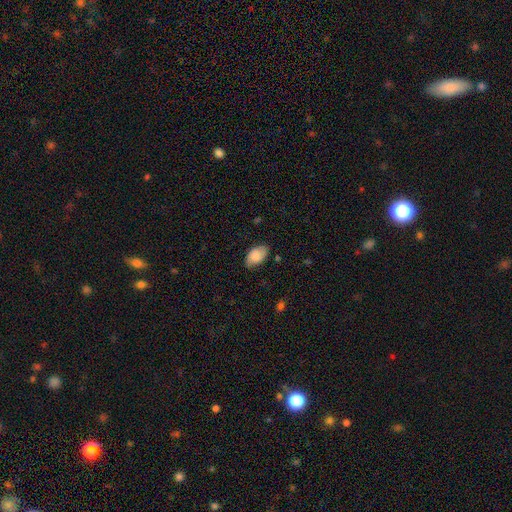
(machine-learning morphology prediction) Smooth or featured?
  - smooth: 77% *
  - featured or disk: 16%
  - star or artifact: 7%
How rounded?
  - in between: 93% *
  - round: 5%
  - cigar-shaped: 1%
Merging?
  - none: 76% *
  - minor disturbance: 19%
  - major disturbance: 4%
  - merger: 1%